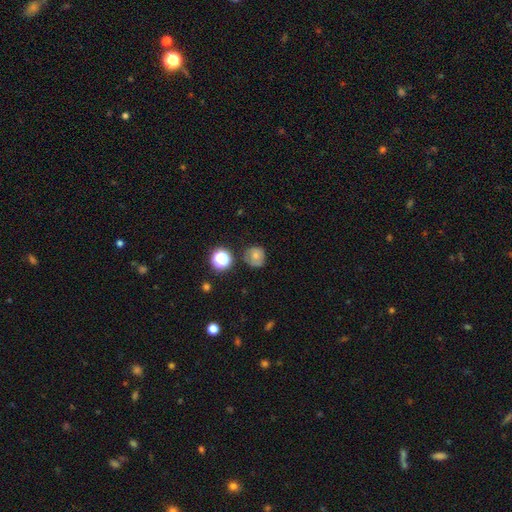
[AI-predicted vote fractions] Smooth or featured: smooth — 71% (featured or disk — 14%)
How rounded: round — 87% (in between — 12%)
Merging: none — 72% (minor disturbance — 19%)